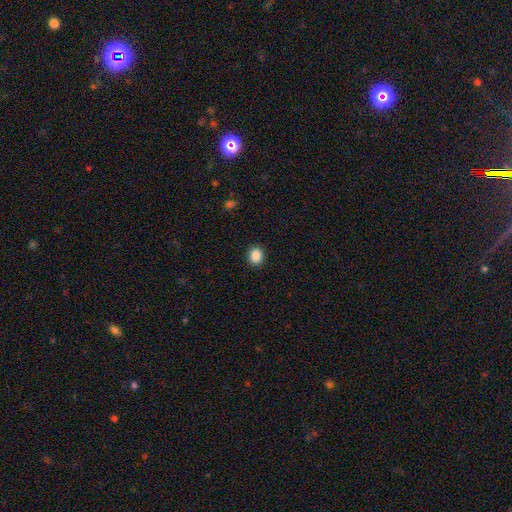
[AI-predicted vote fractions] Smooth or featured? Predicted: smooth (p=0.87). How rounded? Predicted: round (p=0.61). Merging? Predicted: none (p=0.91).